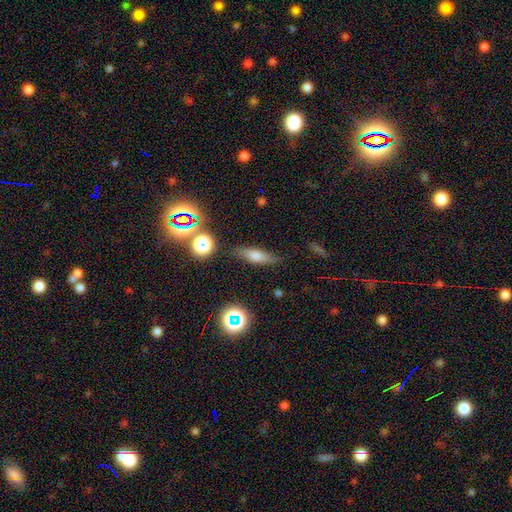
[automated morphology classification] Overall: smooth (60%; featured or disk 27%). How rounded: cigar-shaped (53%; in between 42%). Merging: none (82%).